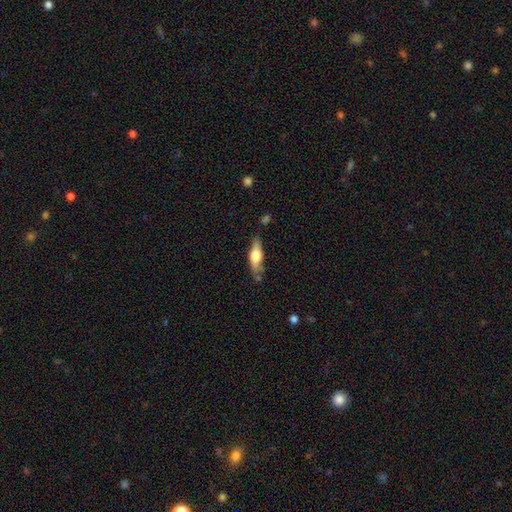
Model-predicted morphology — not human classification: A smooth galaxy with no disk features (49%).

Vote fractions:
- Smooth or featured? smooth: 49% / featured or disk: 45% / star or artifact: 6%
- Merging? none: 73% / minor disturbance: 18% / merger: 5% / major disturbance: 4%